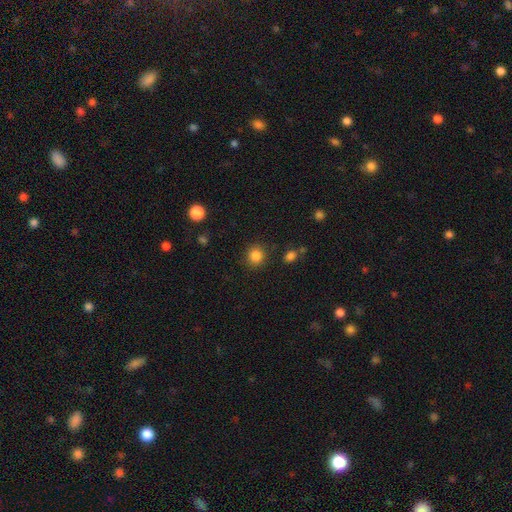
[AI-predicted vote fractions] This appears to be a smooth galaxy with no disk features (85%) that is round (88%). Merging: none (86%).